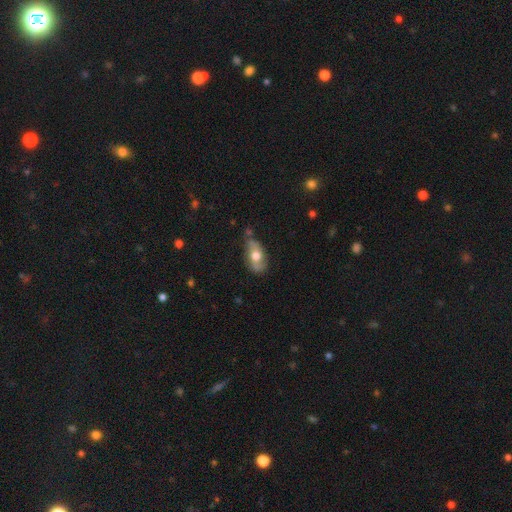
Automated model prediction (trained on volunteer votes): smooth-or-featured: smooth: 55% | featured or disk: 38% | star or artifact: 7%
  how-rounded: in between: 86% | cigar-shaped: 8% | round: 7%
  merging: none: 62% | minor disturbance: 27% | major disturbance: 6% | merger: 5%